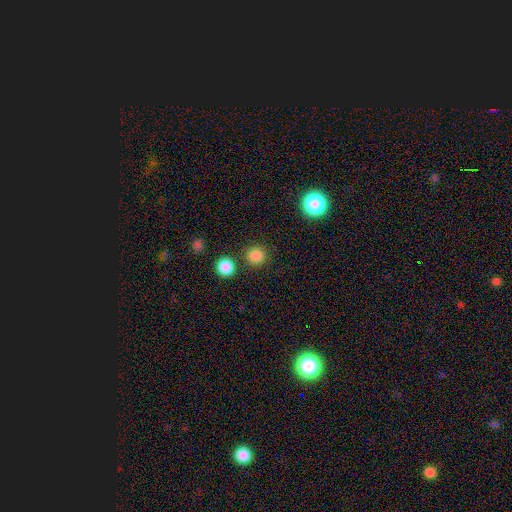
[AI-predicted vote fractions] Smooth or featured? Predicted: smooth (p=0.83). How rounded? Predicted: round (p=0.94). Merging? Predicted: none (p=0.86).